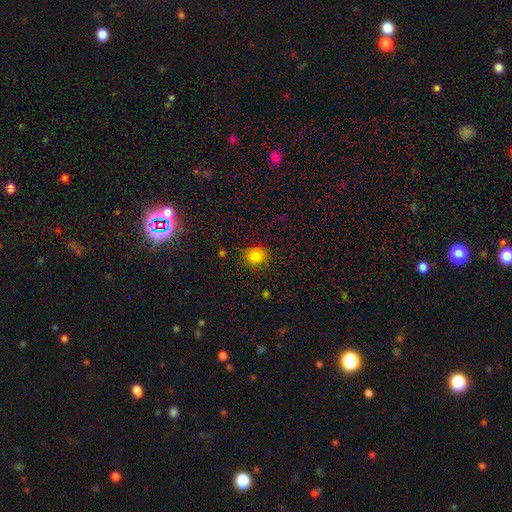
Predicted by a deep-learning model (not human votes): Smooth or featured?
  - smooth: 84% *
  - star or artifact: 12%
  - featured or disk: 4%
How rounded?
  - round: 82% *
  - in between: 17%
  - cigar-shaped: 1%
Merging?
  - none: 86% *
  - minor disturbance: 9%
  - major disturbance: 3%
  - merger: 1%